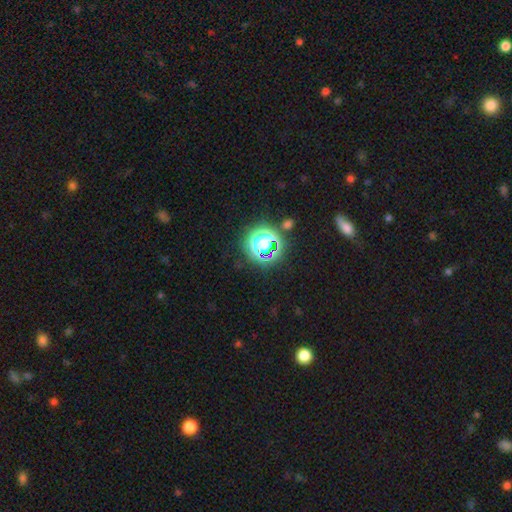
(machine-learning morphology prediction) smooth_or_featured: star or artifact (p=0.73) [alt: smooth p=0.19]